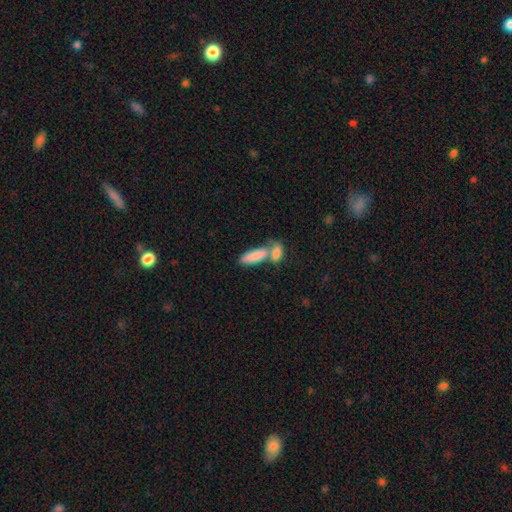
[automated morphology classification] Overall: smooth (84%). How rounded: in between (62%; cigar-shaped 35%). Merging: merger (55%; none 33%).